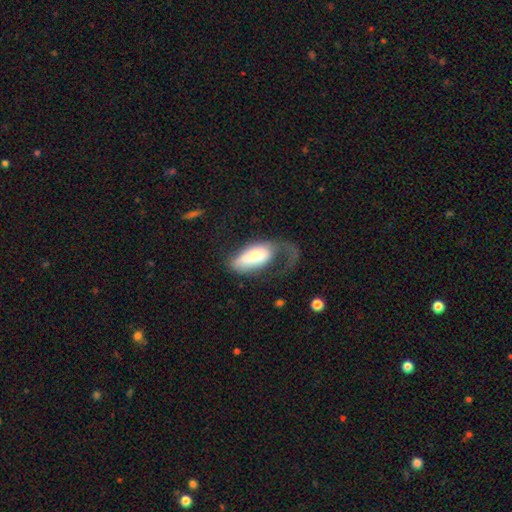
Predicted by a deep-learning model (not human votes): Morphology: type=smooth (62%); roundness=in between (89%); merging=major disturbance (59%).